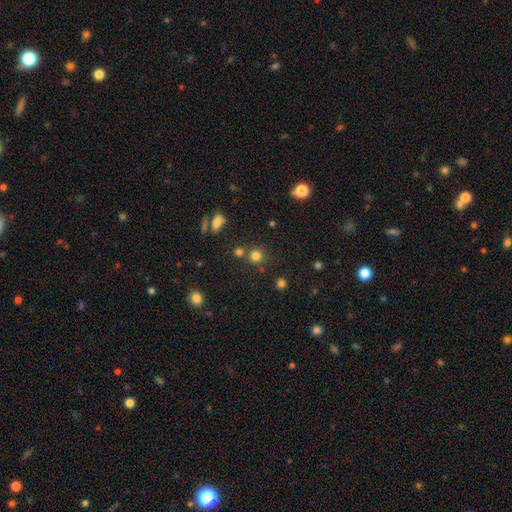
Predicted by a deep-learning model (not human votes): Morphology: type=smooth (76%); roundness=round (91%); merging=none (73%).